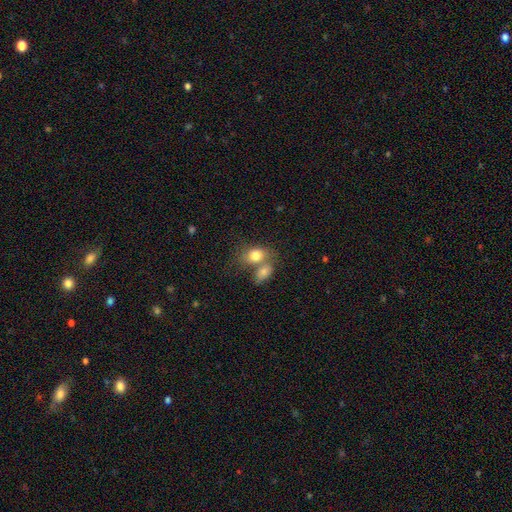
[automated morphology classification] The model was most divided on "merging": merger: 55%, none: 30%, minor disturbance: 10%, major disturbance: 5%. More confident: smooth or featured — smooth (79%); how rounded — in between (72%).